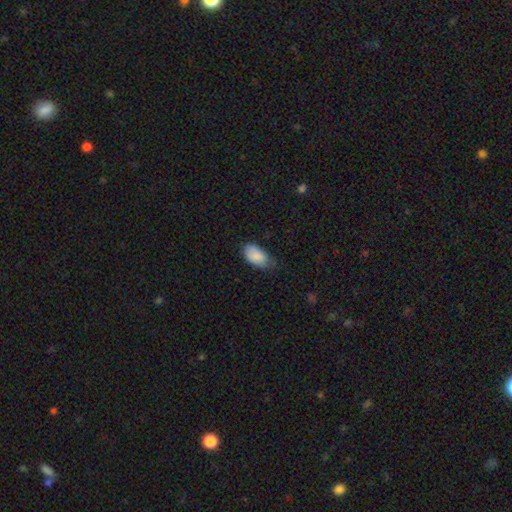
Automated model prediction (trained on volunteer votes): This appears to be a smooth galaxy with no disk features (87%) that is in between round and cigar-shaped (94%). Merging: none (54%).